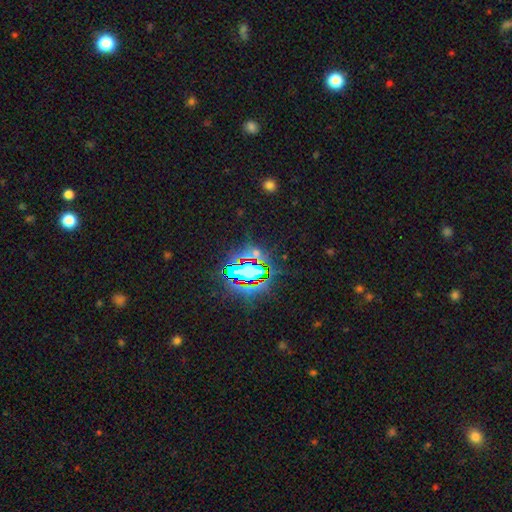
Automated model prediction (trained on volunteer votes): Smooth or featured? Predicted: star or artifact (p=0.77).